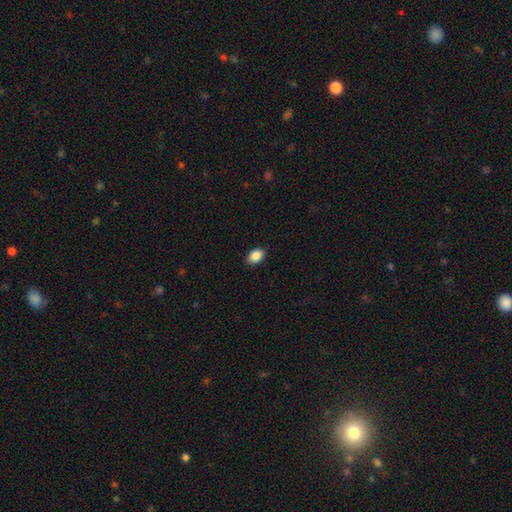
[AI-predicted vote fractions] Smooth or featured? Predicted: smooth (p=0.89). How rounded? Predicted: in between (p=0.84). Merging? Predicted: none (p=0.90).